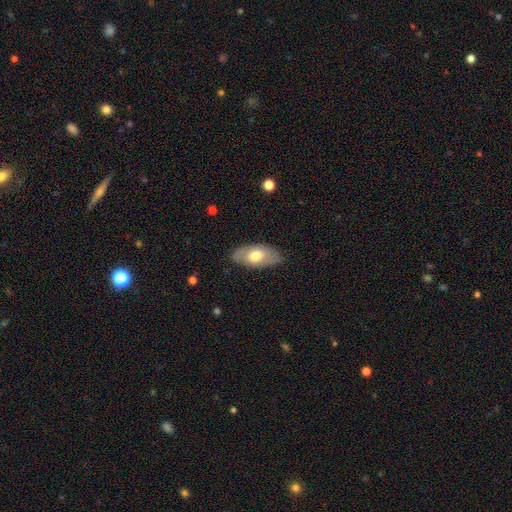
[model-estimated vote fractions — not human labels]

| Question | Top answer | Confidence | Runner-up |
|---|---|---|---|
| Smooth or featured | smooth | 64% | featured or disk (30%) |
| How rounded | in between | 93% | cigar-shaped (4%) |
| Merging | none | 80% | minor disturbance (16%) |